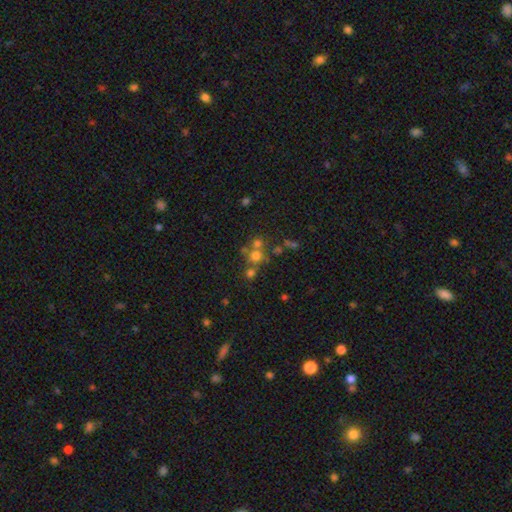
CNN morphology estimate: Overall: smooth (59%; star or artifact 24%). How rounded: round (87%). Merging: none (53%; merger 33%).